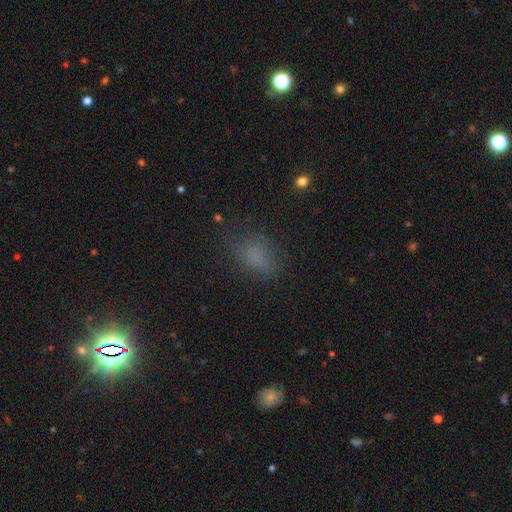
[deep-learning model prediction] A smooth galaxy with no disk features (70%) that is in between round and cigar-shaped (77%).

Vote fractions:
- Smooth or featured? smooth: 70% / star or artifact: 20% / featured or disk: 9%
- How rounded? in between: 77% / round: 20% / cigar-shaped: 3%
- Merging? none: 65% / minor disturbance: 22% / major disturbance: 12% / merger: 2%